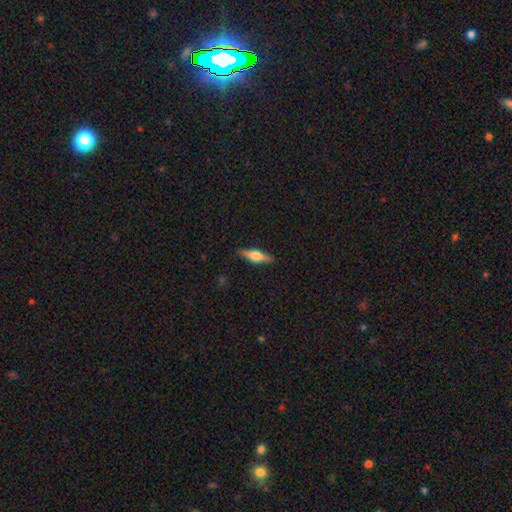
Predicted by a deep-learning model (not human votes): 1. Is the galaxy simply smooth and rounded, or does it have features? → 55% featured or disk, 38% smooth, 7% star or artifact.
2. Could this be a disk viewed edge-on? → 95% yes, 5% no.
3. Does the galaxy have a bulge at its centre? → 89% rounded, 9% boxy, 2% none.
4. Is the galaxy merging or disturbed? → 88% none, 9% minor disturbance, 2% major disturbance, 1% merger.